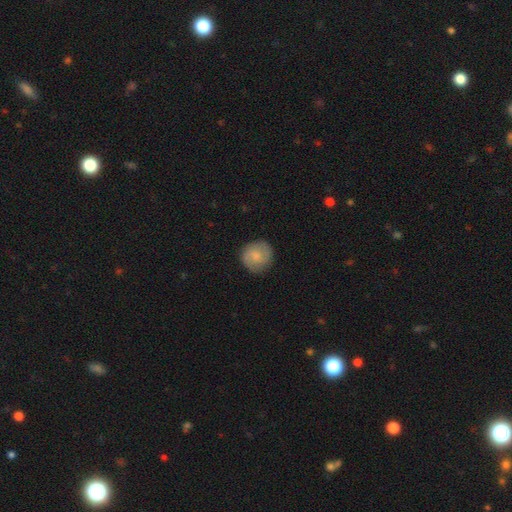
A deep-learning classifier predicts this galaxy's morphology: Overall: smooth (64%; featured or disk 30%). How rounded: round (90%). Merging: none (84%).